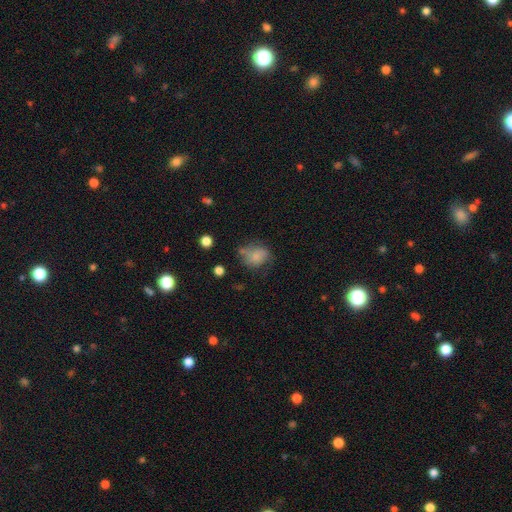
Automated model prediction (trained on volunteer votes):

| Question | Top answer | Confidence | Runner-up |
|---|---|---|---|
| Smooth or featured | smooth | 73% | featured or disk (16%) |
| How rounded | in between | 55% | round (44%) |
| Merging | none | 45% | minor disturbance (31%) |